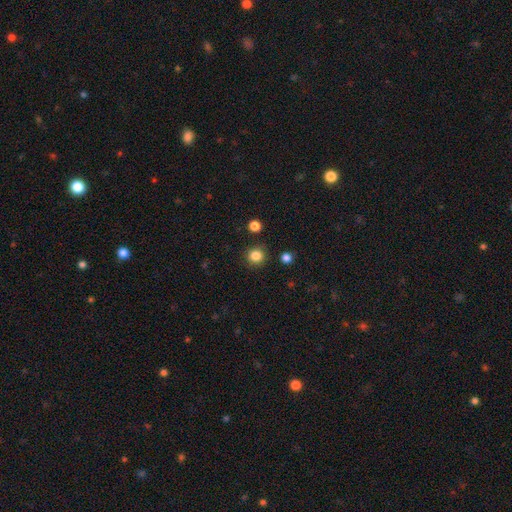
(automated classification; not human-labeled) This appears to be a smooth galaxy with no disk features (84%) that is round (93%). Merging: none (89%).